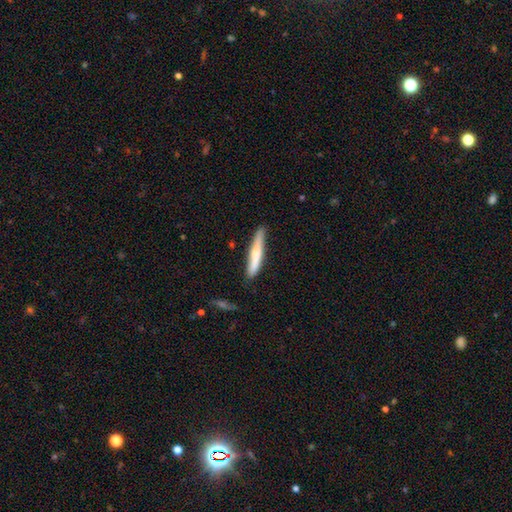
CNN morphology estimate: This appears to be a smooth galaxy with no disk features (62%) that is cigar-shaped (93%). Merging: none (77%).